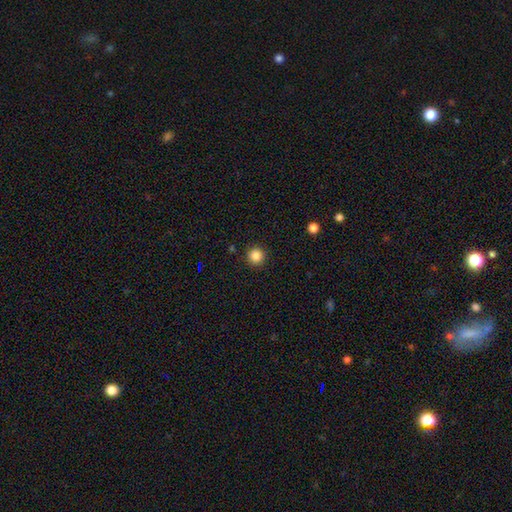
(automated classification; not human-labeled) A smooth galaxy with no disk features (85%) that is round (96%). Merging: none (92%).